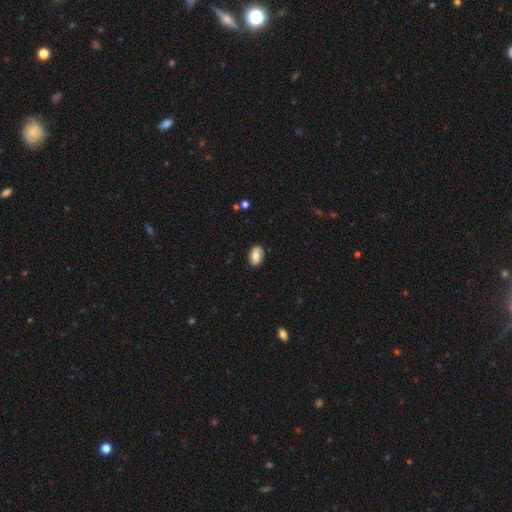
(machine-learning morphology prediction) type=smooth (64%); roundness=in between (87%); merging=none (86%).